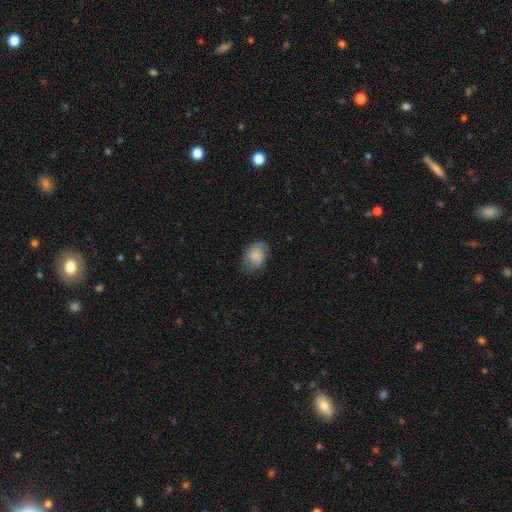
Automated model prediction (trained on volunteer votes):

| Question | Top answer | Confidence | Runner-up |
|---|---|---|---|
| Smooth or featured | smooth | 62% | featured or disk (30%) |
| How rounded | in between | 71% | round (28%) |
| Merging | none | 59% | minor disturbance (27%) |